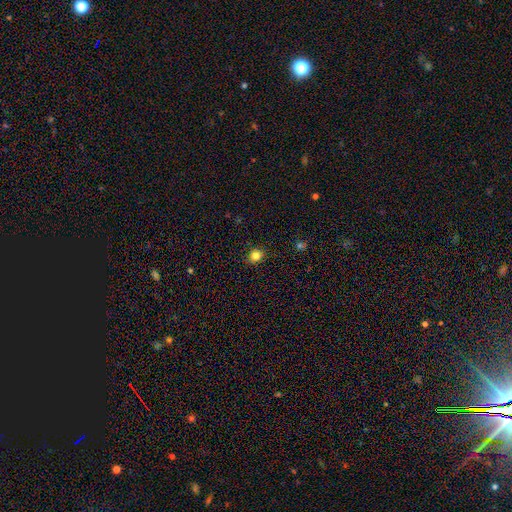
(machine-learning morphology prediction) Smooth or featured: smooth — 82% (star or artifact — 13%)
How rounded: round — 69% (in between — 30%)
Merging: none — 89% (minor disturbance — 8%)